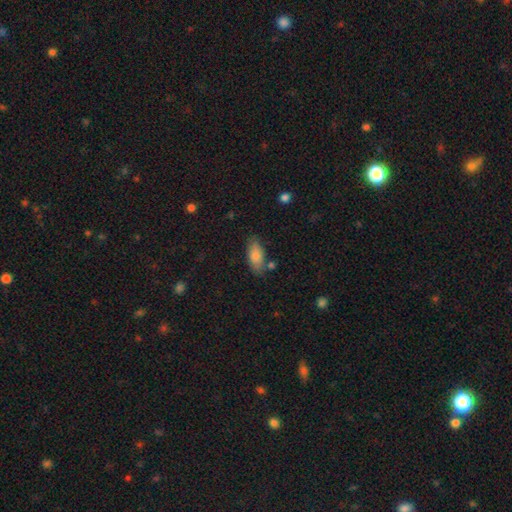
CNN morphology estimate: Overall: smooth (83%). How rounded: in between (87%). Merging: none (73%).